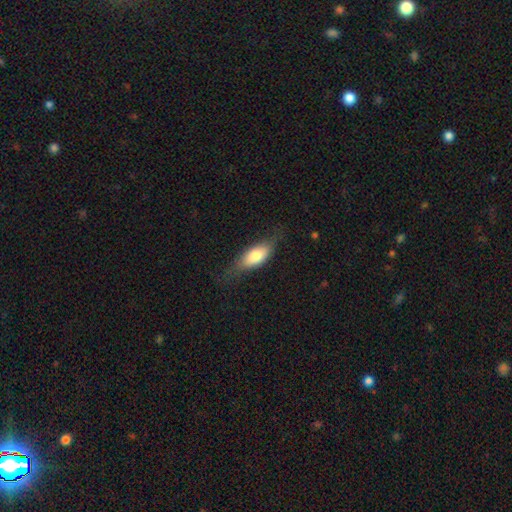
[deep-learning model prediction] Smooth or featured? smooth (70%)
How rounded? in between (79%)
Merging? none (67%)